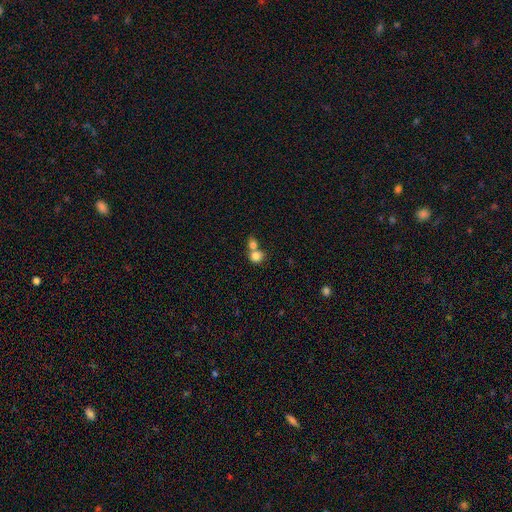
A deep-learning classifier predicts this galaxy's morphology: Smooth or featured? Predicted: smooth (p=0.81). How rounded? Predicted: round (p=0.72). Merging? Predicted: merger (p=0.58).